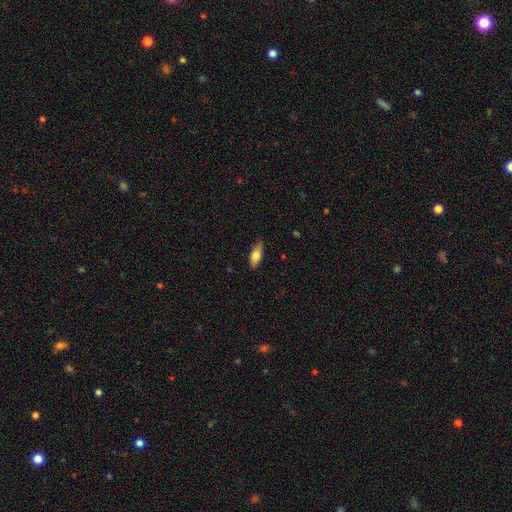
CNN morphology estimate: Smooth or featured: smooth — 70% (featured or disk — 23%)
How rounded: in between — 71% (cigar-shaped — 26%)
Merging: none — 86% (minor disturbance — 11%)